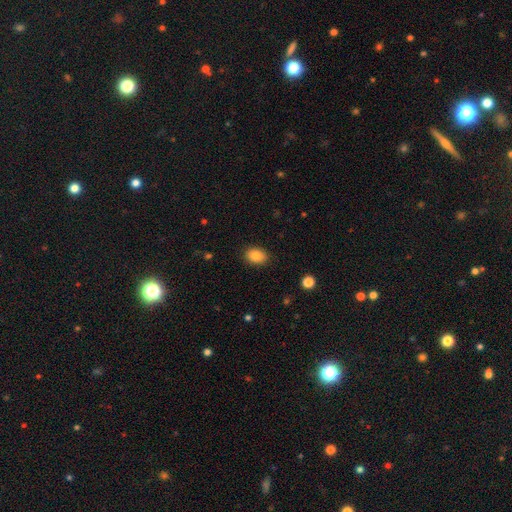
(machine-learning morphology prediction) The model was most divided on "how rounded": in between: 71%, round: 28%, cigar-shaped: 1%. More confident: merging — none (87%); smooth or featured — smooth (86%).